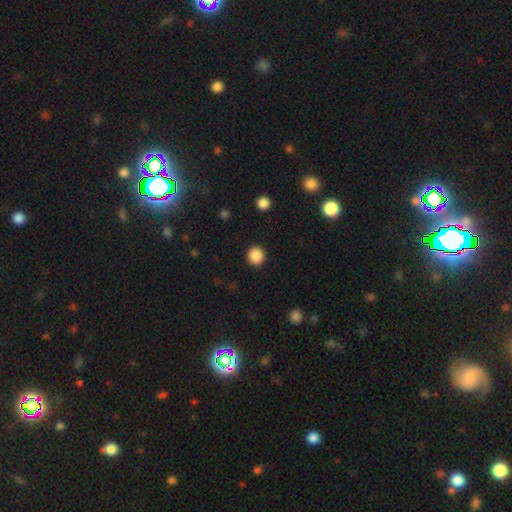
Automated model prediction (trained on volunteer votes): Morphology: type=smooth (88%); roundness=round (91%); merging=none (92%).